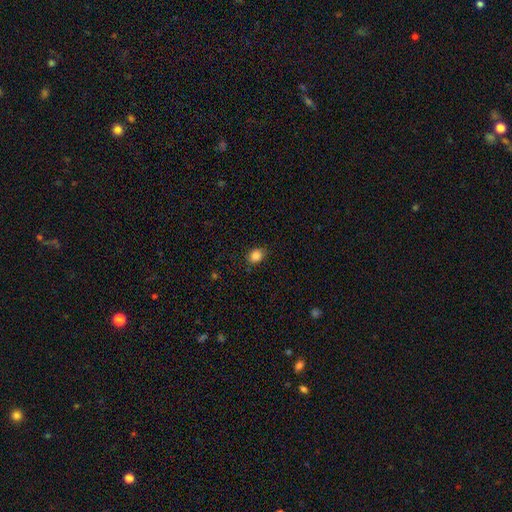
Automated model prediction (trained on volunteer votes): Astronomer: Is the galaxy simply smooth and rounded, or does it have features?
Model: smooth — 86%.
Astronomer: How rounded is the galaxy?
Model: in between — 51% (runner-up: round, 48%).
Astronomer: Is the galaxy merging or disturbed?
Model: none — 84%.